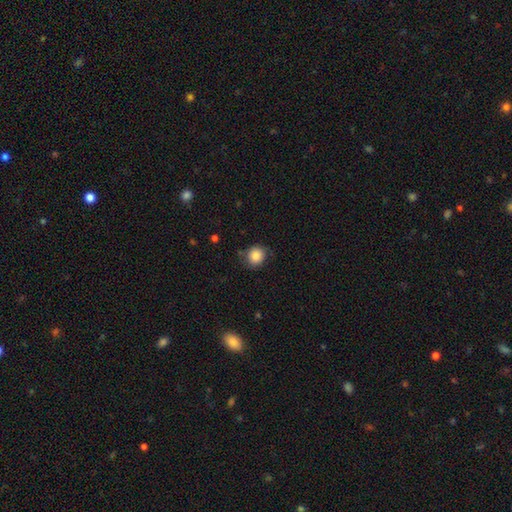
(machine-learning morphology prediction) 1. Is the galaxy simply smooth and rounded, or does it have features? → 85% smooth, 9% star or artifact, 7% featured or disk.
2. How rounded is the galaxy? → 80% round, 19% in between, 1% cigar-shaped.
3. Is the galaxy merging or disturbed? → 73% none, 20% minor disturbance, 5% major disturbance, 2% merger.